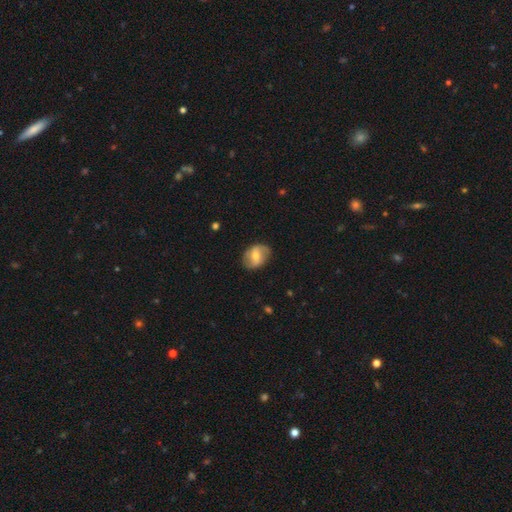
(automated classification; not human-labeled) featured or disk 63%, smooth 31%, star or artifact 6%. Down the decision tree: edge-on disk — no (96%); bar — weak (47%); spiral arms — yes (79%); bulge size — moderate (53%); merging — none (79%).